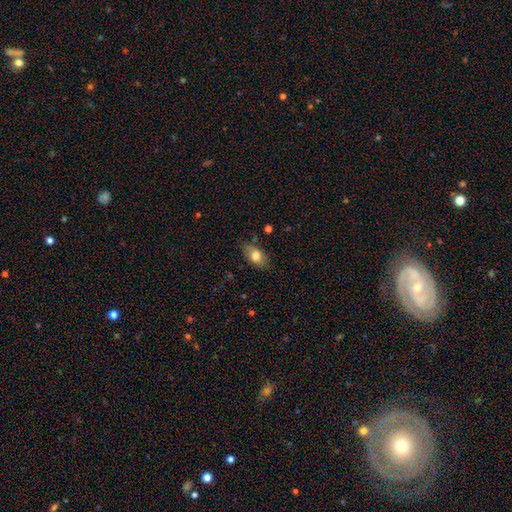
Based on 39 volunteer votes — Morphology: type=smooth (85%); roundness=in between (94%); merging=none (72%).